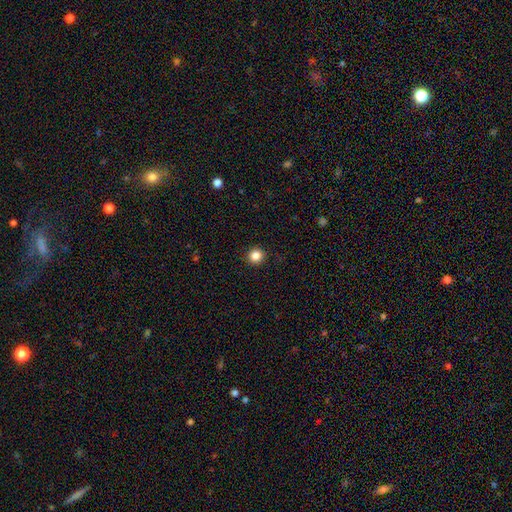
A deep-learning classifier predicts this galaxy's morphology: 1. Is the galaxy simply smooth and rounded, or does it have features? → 85% smooth, 11% star or artifact, 4% featured or disk.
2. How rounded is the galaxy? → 92% round, 7% in between, 1% cigar-shaped.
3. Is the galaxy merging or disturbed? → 92% none, 5% minor disturbance, 2% major disturbance, 1% merger.